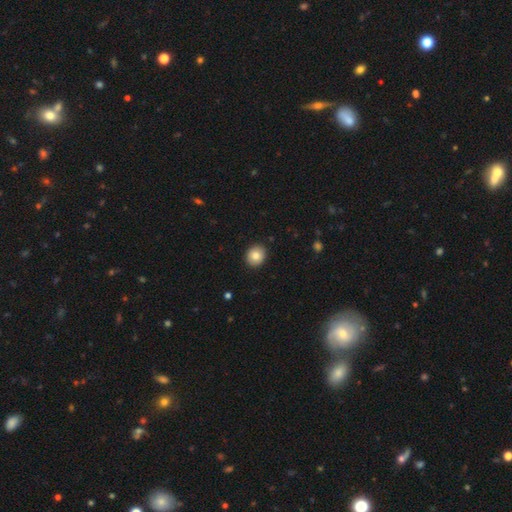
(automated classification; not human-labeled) Smooth or featured? smooth (83%)
How rounded? round (76%)
Merging? none (90%)